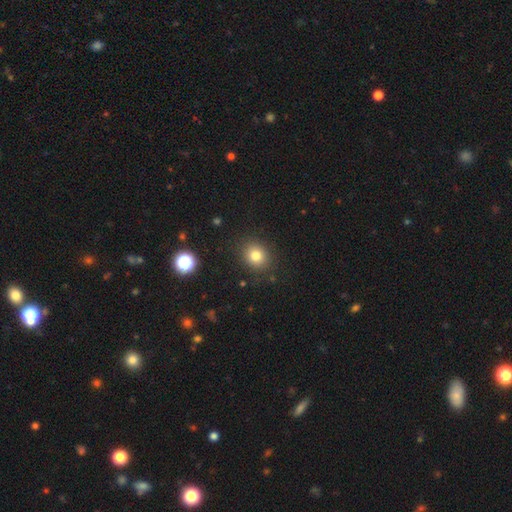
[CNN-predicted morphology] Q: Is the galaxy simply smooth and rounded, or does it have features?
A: smooth — 80%.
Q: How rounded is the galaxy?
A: round — 72%.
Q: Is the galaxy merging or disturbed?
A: none — 87%.